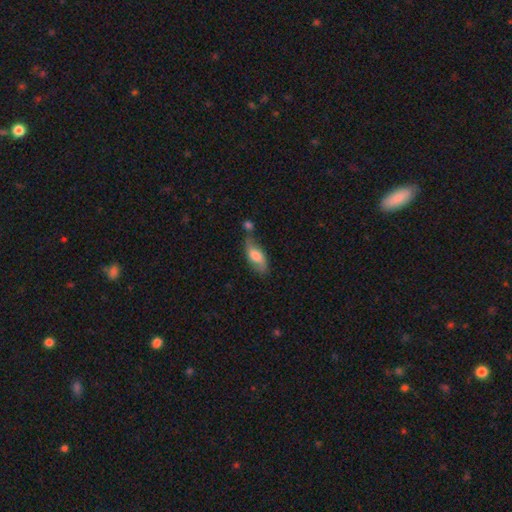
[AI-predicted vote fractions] This is possibly a smooth galaxy (60%). How rounded: clearly in between (80%). Merging: possibly none (51%).